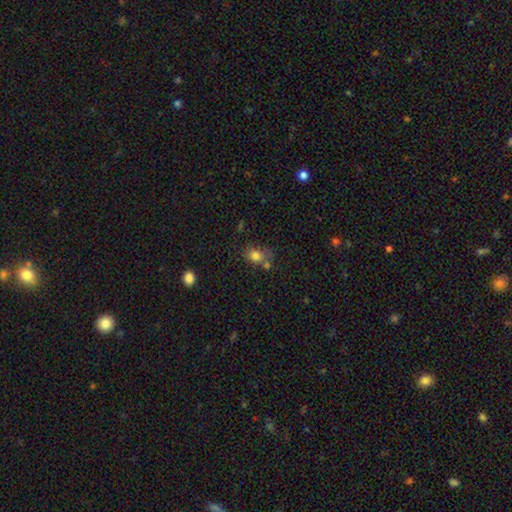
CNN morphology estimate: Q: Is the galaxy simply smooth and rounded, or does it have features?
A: smooth — 79%.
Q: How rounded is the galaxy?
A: in between — 55%.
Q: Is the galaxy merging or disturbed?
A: none — 50%.